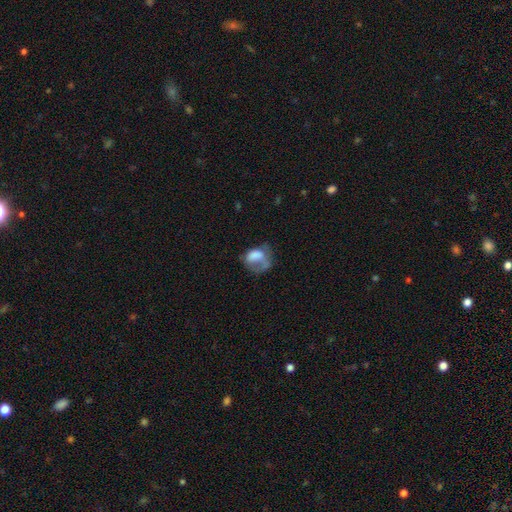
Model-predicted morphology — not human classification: Smooth or featured: smooth — 61% (featured or disk — 28%)
How rounded: in between — 66% (round — 33%)
Merging: major disturbance — 46% (none — 24%)